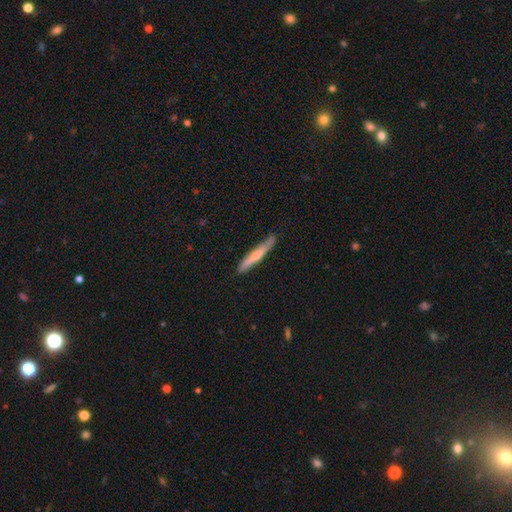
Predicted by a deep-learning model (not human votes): Morphology: type=smooth (60%); roundness=cigar-shaped (94%); merging=none (81%).